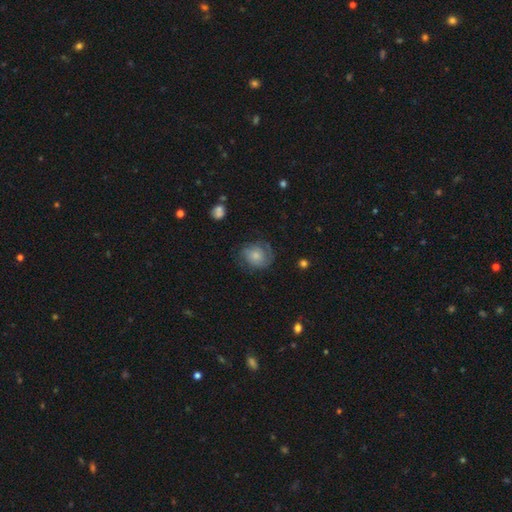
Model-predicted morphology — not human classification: A featured or disk galaxy (49%). Merging: none (63%).